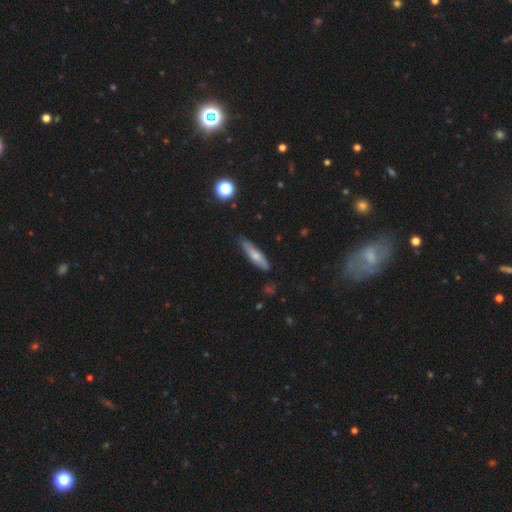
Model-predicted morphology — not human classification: Smooth or featured? Predicted: smooth (p=0.65). How rounded? Predicted: cigar-shaped (p=0.79). Merging? Predicted: none (p=0.78).